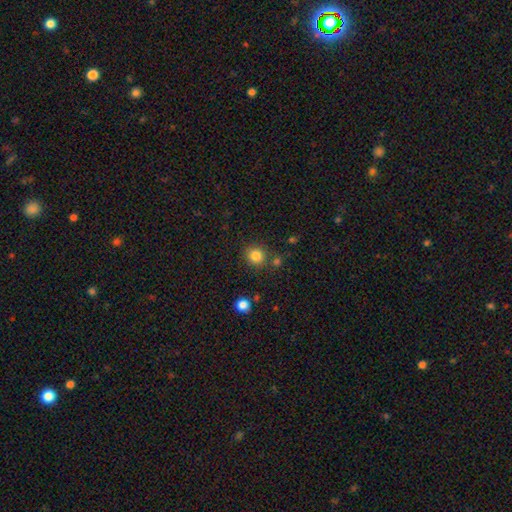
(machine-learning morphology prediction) Smooth or featured? Predicted: smooth (p=0.84). How rounded? Predicted: round (p=0.88). Merging? Predicted: none (p=0.83).